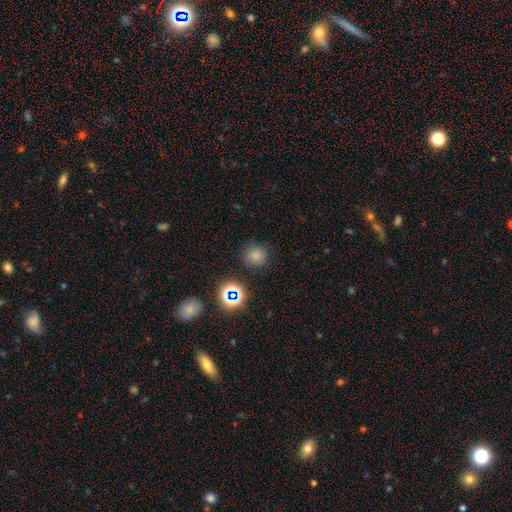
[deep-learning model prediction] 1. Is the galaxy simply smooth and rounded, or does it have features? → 71% smooth, 21% star or artifact, 8% featured or disk.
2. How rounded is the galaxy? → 91% round, 8% in between, 1% cigar-shaped.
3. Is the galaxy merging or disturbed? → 83% none, 11% minor disturbance, 4% major disturbance, 2% merger.